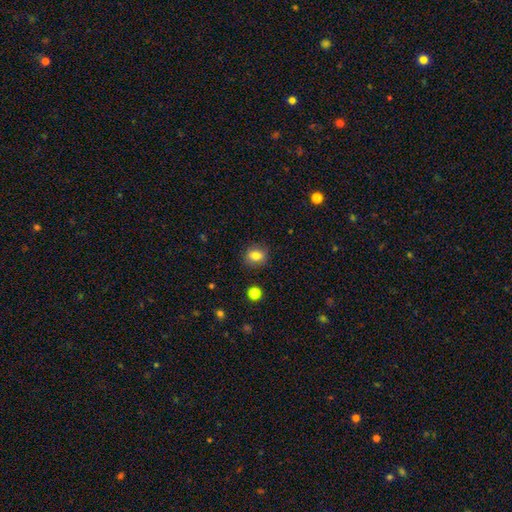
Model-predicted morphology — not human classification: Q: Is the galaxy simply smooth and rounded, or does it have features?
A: smooth — 79%.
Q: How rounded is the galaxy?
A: round — 63%.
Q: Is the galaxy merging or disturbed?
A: none — 86%.